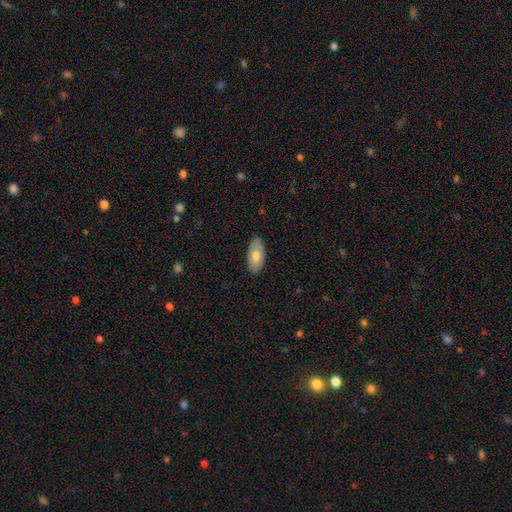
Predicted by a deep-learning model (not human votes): Morphology: type=smooth (74%); roundness=in between (93%); merging=none (87%).